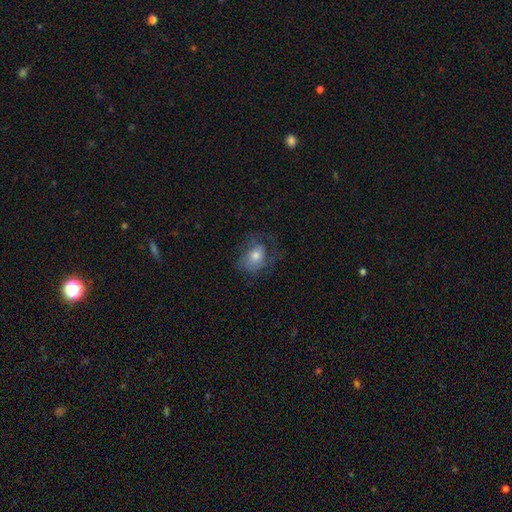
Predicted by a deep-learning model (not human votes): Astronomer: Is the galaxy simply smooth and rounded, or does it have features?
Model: smooth — 55% (runner-up: featured or disk, 36%).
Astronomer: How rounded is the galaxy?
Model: in between — 62% (runner-up: round, 37%).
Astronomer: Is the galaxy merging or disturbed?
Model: none — 50% (runner-up: major disturbance, 26%).